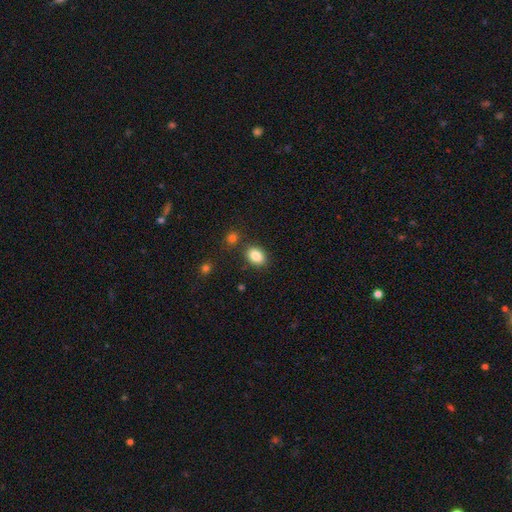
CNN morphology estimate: Smooth or featured? Predicted: smooth (p=0.86). How rounded? Predicted: in between (p=0.77). Merging? Predicted: none (p=0.82).